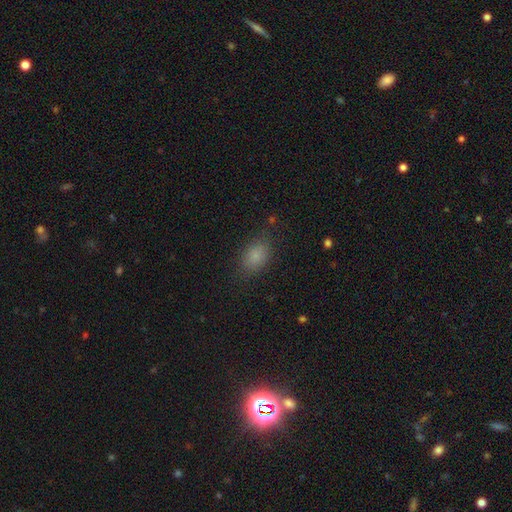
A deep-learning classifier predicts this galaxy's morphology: smooth-or-featured: smooth: 82% | star or artifact: 12% | featured or disk: 7%
  how-rounded: in between: 81% | round: 17% | cigar-shaped: 2%
  merging: none: 80% | minor disturbance: 14% | major disturbance: 5% | merger: 1%